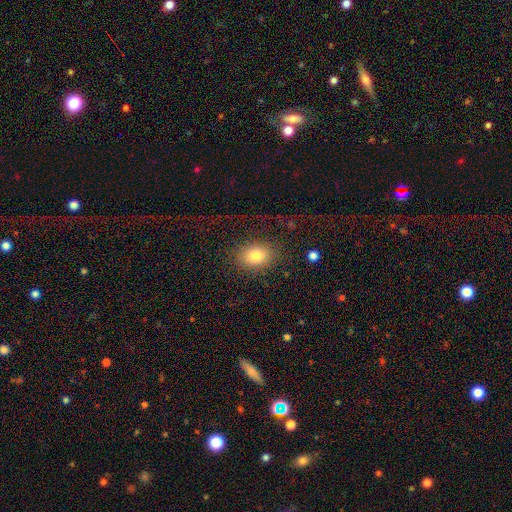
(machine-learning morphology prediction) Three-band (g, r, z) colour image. It shows a smooth galaxy with no disk features (80%) that is in between round and cigar-shaped (72%). Merging: none (78%).